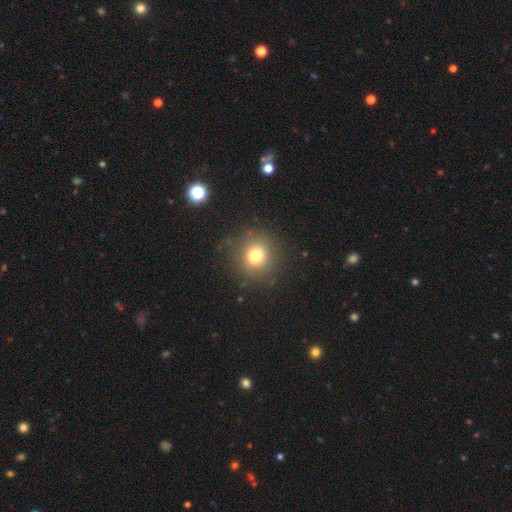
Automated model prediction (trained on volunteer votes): This appears to be a smooth galaxy with no disk features (77%) that is round (88%). Merging: none (85%).